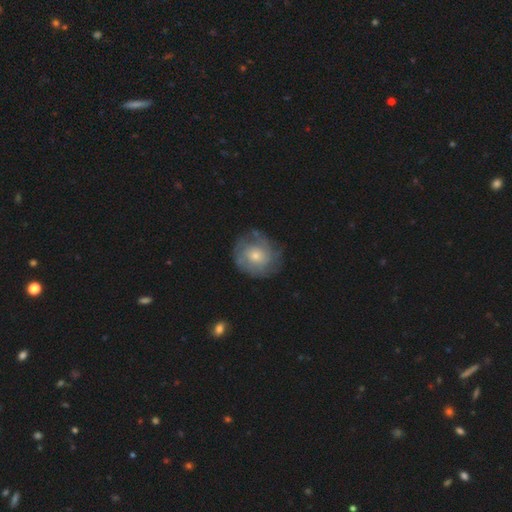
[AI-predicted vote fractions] featured or disk 51%, smooth 42%, star or artifact 7%. Down the decision tree: edge-on disk — no (97%); merging — none (70%).